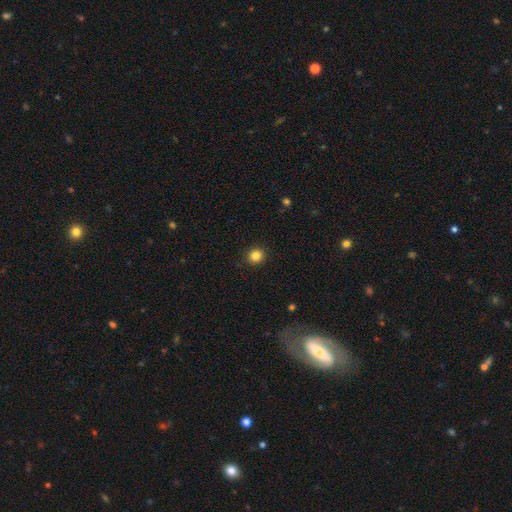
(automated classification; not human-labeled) Smooth or featured: smooth — 84% (star or artifact — 11%)
How rounded: round — 88% (in between — 11%)
Merging: none — 92% (minor disturbance — 5%)